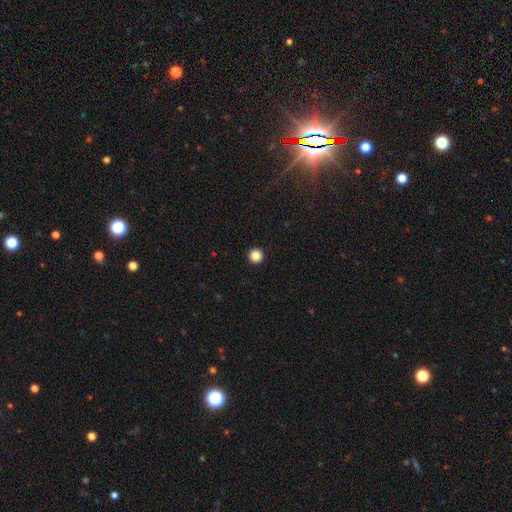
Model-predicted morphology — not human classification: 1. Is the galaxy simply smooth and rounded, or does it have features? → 86% smooth, 11% star or artifact, 3% featured or disk.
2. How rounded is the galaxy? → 96% round, 3% in between, 1% cigar-shaped.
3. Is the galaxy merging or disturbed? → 95% none, 3% minor disturbance, 1% major disturbance, 1% merger.